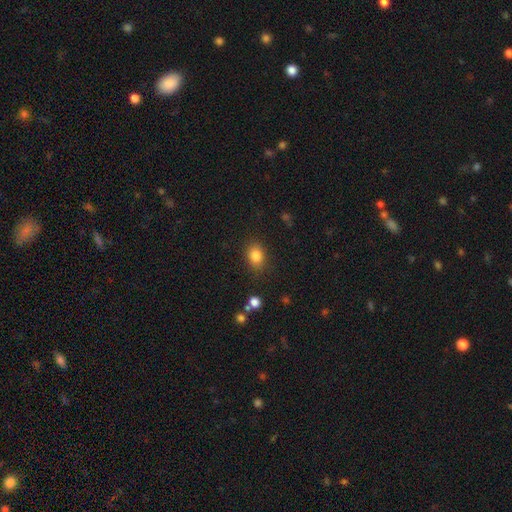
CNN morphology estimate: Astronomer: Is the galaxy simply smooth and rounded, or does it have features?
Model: smooth — 84%.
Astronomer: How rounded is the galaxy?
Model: in between — 59% (runner-up: round, 40%).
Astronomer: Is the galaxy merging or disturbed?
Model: none — 84%.